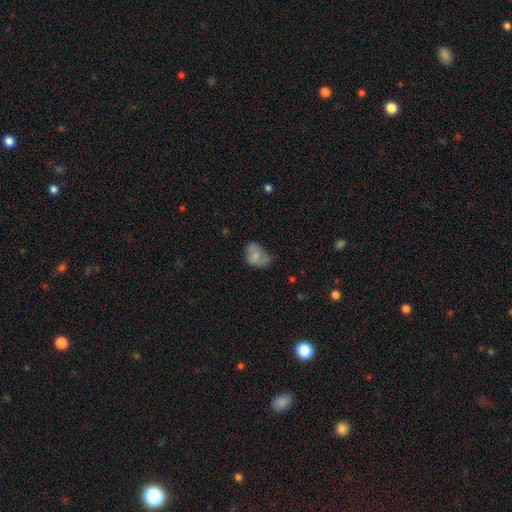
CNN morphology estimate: This is likely a smooth galaxy (66%). How rounded: likely in between (73%). Merging: marginally minor disturbance (41%).